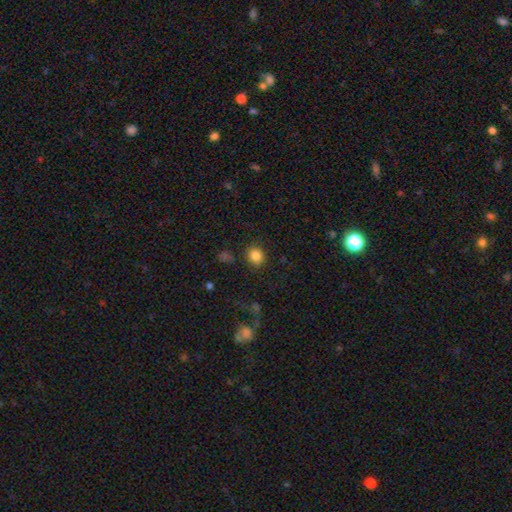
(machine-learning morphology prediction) smooth 84%, star or artifact 11%, featured or disk 5%. Down the decision tree: how rounded — round (70%); merging — none (85%).